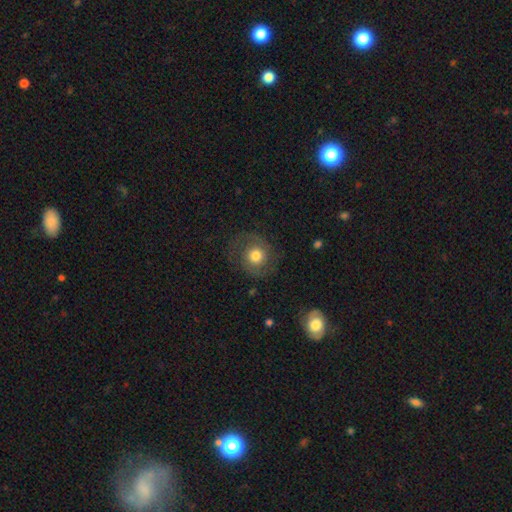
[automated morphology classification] Q: Smooth or featured?
A: featured or disk (51%); runner-up: smooth (40%)
Q: Edge-on disk?
A: no (97%); runner-up: yes (3%)
Q: Merging?
A: none (76%); runner-up: minor disturbance (14%)